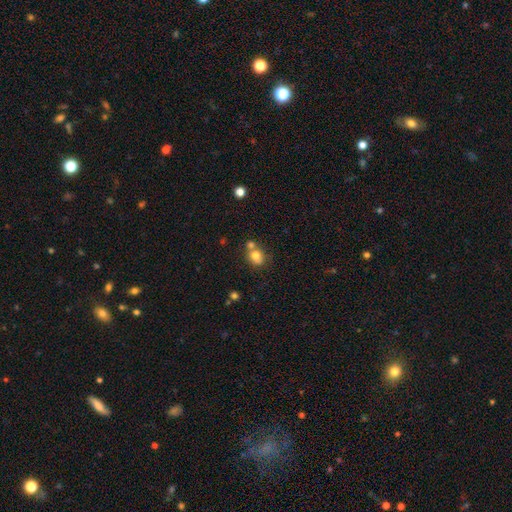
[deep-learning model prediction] Smooth or featured?
  - smooth: 76% *
  - featured or disk: 13%
  - star or artifact: 11%
How rounded?
  - round: 68% *
  - in between: 31%
  - cigar-shaped: 1%
Merging?
  - none: 48% *
  - merger: 36%
  - minor disturbance: 12%
  - major disturbance: 4%